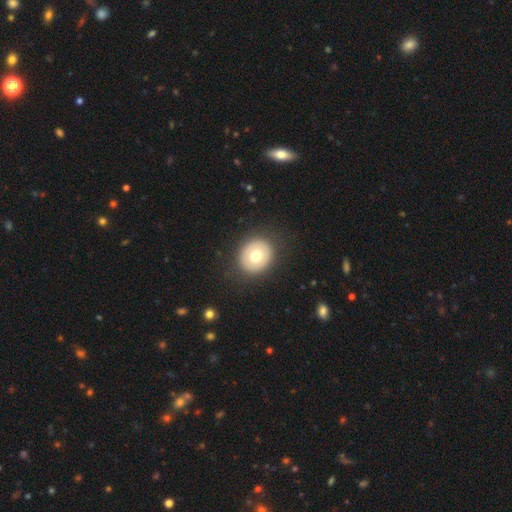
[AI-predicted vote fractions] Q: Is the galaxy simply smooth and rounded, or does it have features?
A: smooth — 67%.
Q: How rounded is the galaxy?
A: round — 80%.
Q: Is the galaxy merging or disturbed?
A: none — 89%.